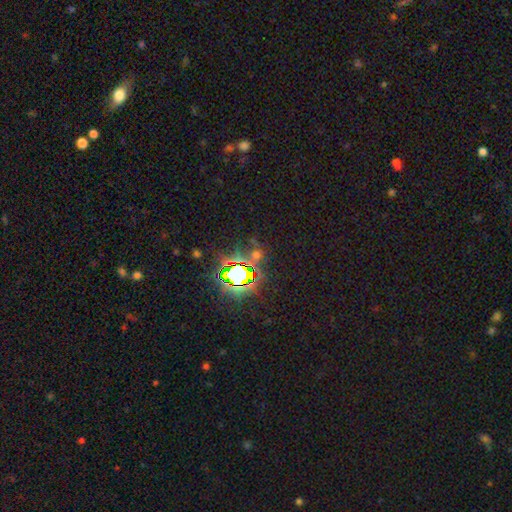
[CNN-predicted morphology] type=star or artifact (71%).